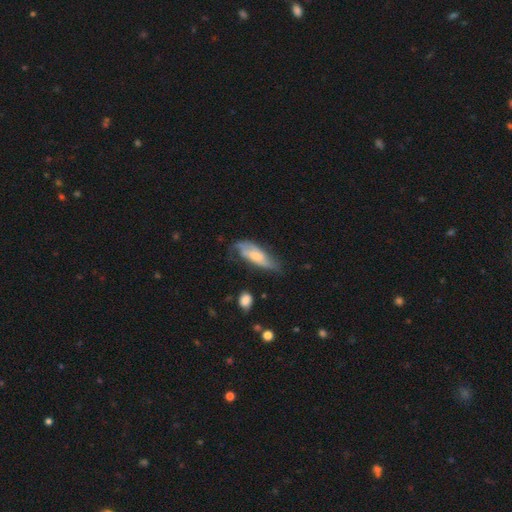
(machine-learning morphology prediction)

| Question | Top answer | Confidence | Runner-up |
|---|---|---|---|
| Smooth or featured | featured or disk | 50% | smooth (44%) |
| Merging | none | 44% | minor disturbance (33%) |